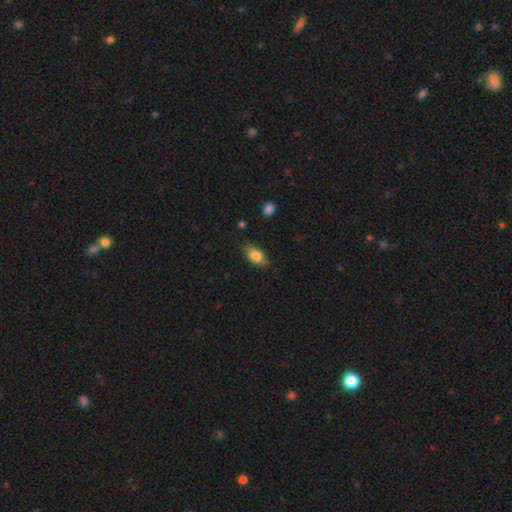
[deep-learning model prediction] Smooth or featured? Predicted: smooth (p=0.77). How rounded? Predicted: in between (p=0.84). Merging? Predicted: none (p=0.79).